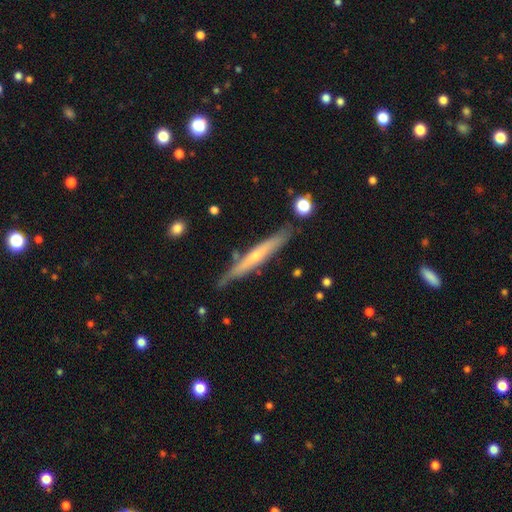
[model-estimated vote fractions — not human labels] Overall: featured or disk (61%; smooth 33%). Edge-on disk: yes (93%). Edge-on bulge: rounded (56%; none 40%). Merging: none (80%).